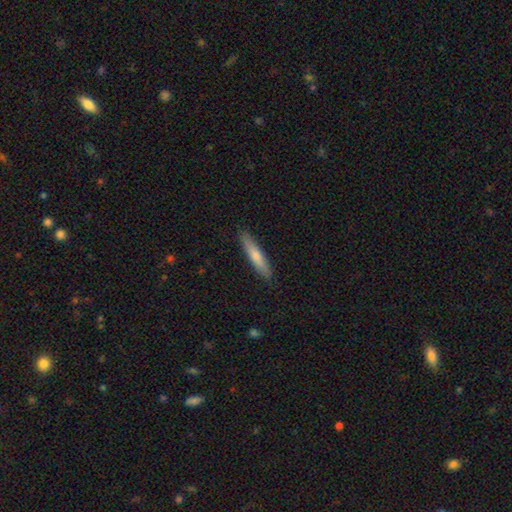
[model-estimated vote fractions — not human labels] A smooth galaxy with no disk features (65%) that is cigar-shaped (90%).

Vote fractions:
- Smooth or featured? smooth: 65% / featured or disk: 29% / star or artifact: 6%
- How rounded? cigar-shaped: 90% / in between: 9% / round: 1%
- Merging? none: 90% / minor disturbance: 8% / major disturbance: 2% / merger: 1%